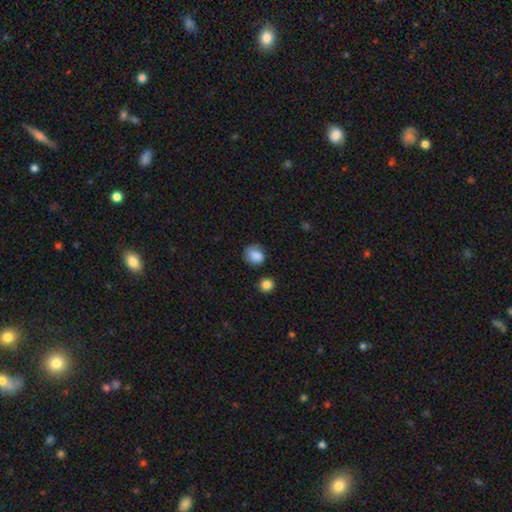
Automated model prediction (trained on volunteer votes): Smooth or featured? Predicted: smooth (p=0.84). How rounded? Predicted: round (p=0.66). Merging? Predicted: none (p=0.62).